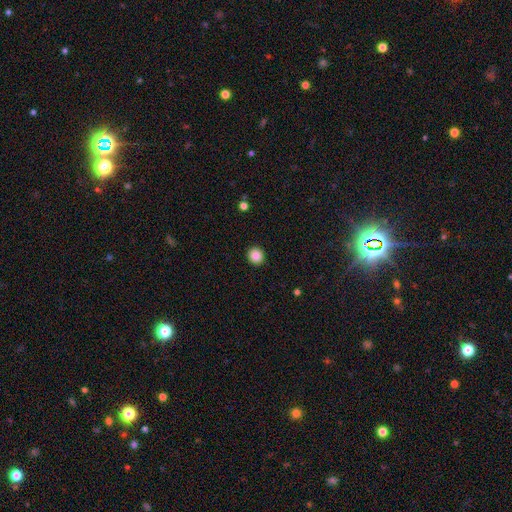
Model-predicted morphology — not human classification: Smooth or featured? smooth (87%)
How rounded? round (89%)
Merging? none (93%)